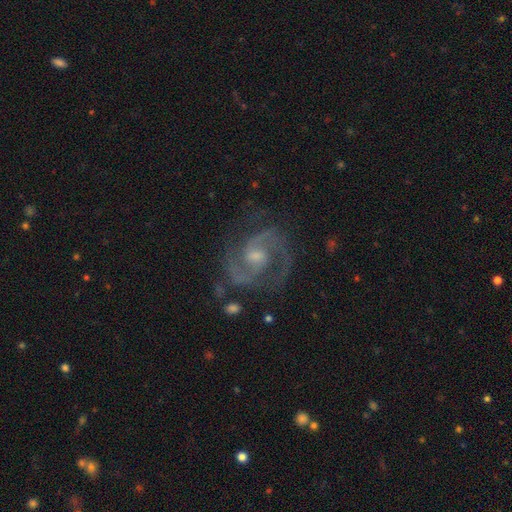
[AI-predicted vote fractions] This appears to be a featured or disk galaxy (91%) with a weak bar (54%), 2 (90%) medium (64%) spiral arms (98%) and a moderate central bulge (45%). Merging: none (76%).